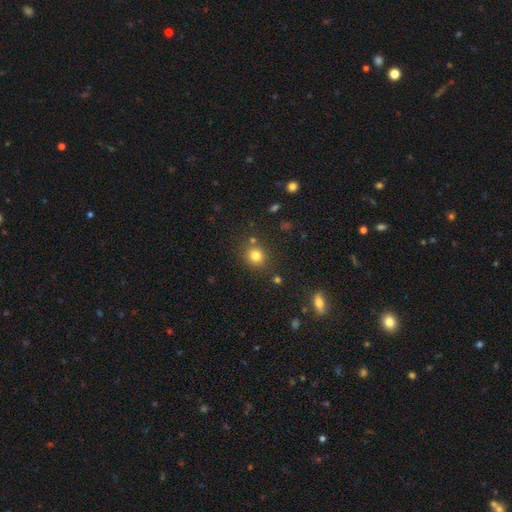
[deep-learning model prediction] This appears to be a smooth galaxy with no disk features (79%) that is round (88%). Merging: none (80%).